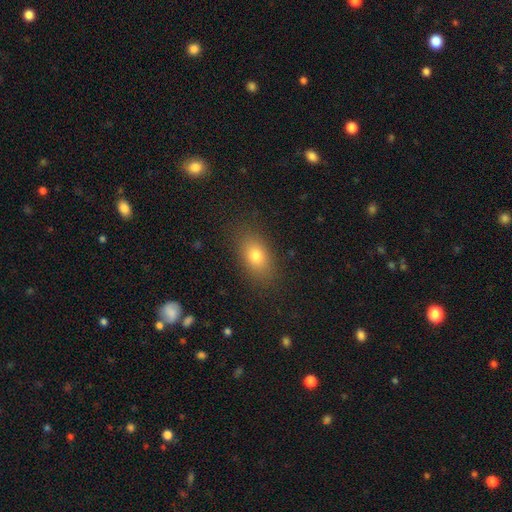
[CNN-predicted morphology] The model was most divided on "smooth or featured": smooth: 78%, featured or disk: 11%, star or artifact: 10%. More confident: merging — none (85%); how rounded — in between (85%).